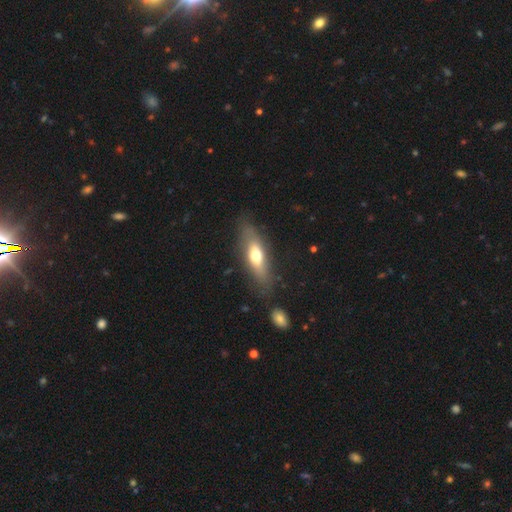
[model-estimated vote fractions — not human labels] This appears to be a smooth galaxy with no disk features (58%) that is in between round and cigar-shaped (50%). Merging: none (77%).